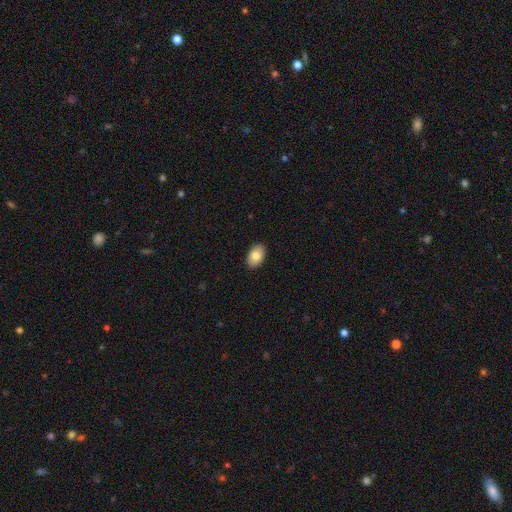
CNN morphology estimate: smooth-or-featured: smooth: 81% | featured or disk: 13% | star or artifact: 7%
  how-rounded: in between: 90% | round: 9% | cigar-shaped: 1%
  merging: none: 90% | minor disturbance: 7% | major disturbance: 2% | merger: 1%